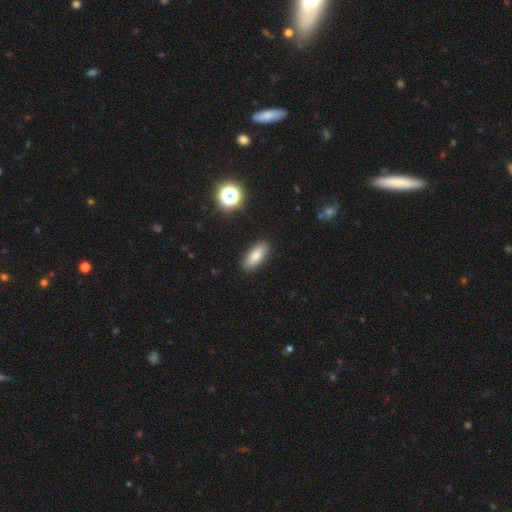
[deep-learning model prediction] Q: Smooth or featured?
A: smooth (85%); runner-up: star or artifact (8%)
Q: How rounded?
A: in between (76%); runner-up: cigar-shaped (22%)
Q: Merging?
A: none (89%); runner-up: minor disturbance (8%)